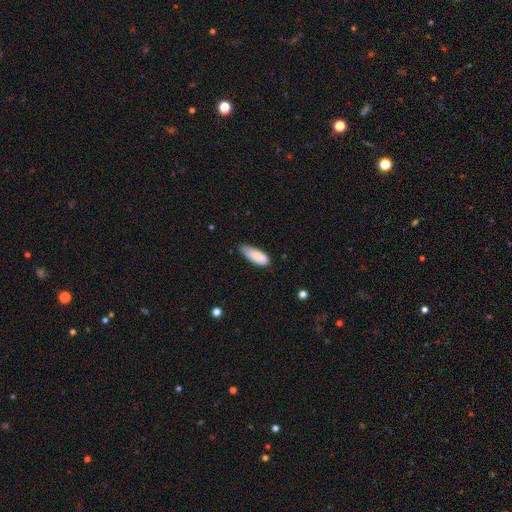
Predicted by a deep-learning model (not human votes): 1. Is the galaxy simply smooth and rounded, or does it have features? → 84% smooth, 10% featured or disk, 6% star or artifact.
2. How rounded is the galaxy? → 75% in between, 23% cigar-shaped, 2% round.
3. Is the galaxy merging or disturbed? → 57% none, 36% minor disturbance, 6% major disturbance, 2% merger.